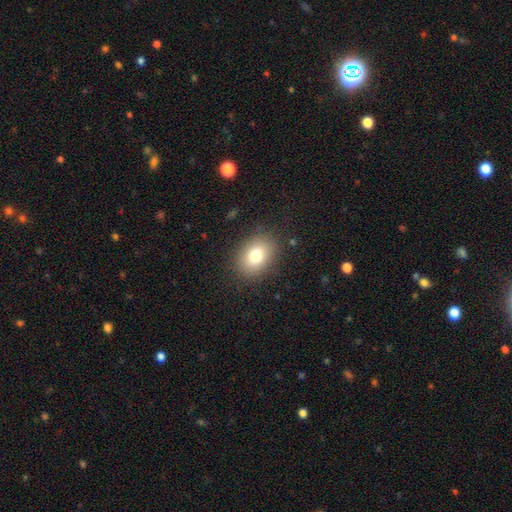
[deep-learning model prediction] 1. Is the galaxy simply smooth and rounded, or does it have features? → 79% smooth, 11% featured or disk, 10% star or artifact.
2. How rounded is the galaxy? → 65% in between, 34% round, 1% cigar-shaped.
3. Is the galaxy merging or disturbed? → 85% none, 10% minor disturbance, 4% major disturbance, 1% merger.